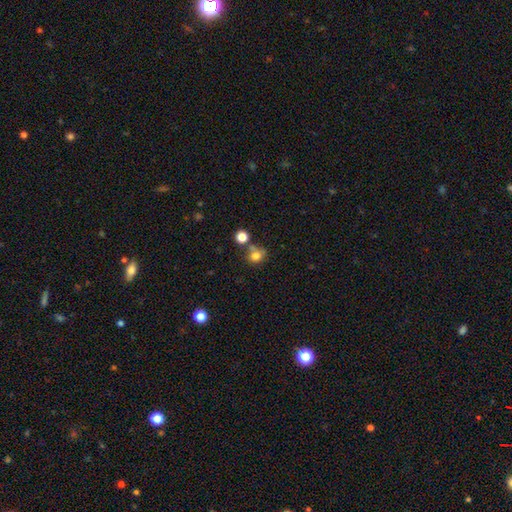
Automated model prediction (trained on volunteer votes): Smooth or featured? Predicted: smooth (p=0.77). How rounded? Predicted: round (p=0.71). Merging? Predicted: none (p=0.52).